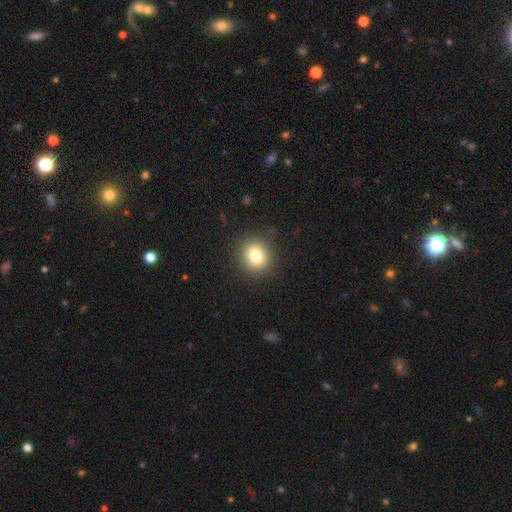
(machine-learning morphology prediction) Smooth or featured?
  - smooth: 80% *
  - star or artifact: 11%
  - featured or disk: 9%
How rounded?
  - round: 78% *
  - in between: 21%
  - cigar-shaped: 1%
Merging?
  - none: 88% *
  - minor disturbance: 8%
  - major disturbance: 3%
  - merger: 1%